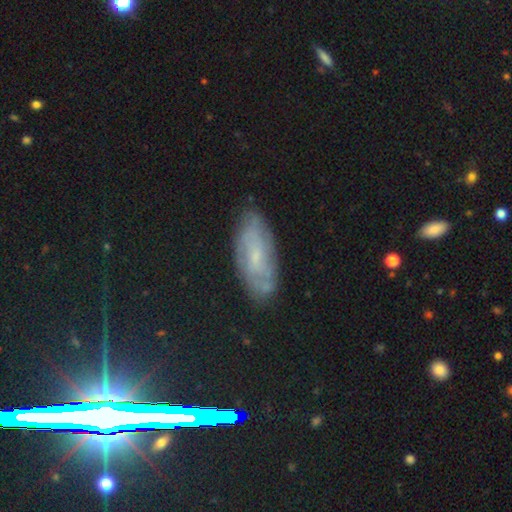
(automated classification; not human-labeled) Smooth or featured?
  - featured or disk: 53% *
  - smooth: 33%
  - star or artifact: 14%
Edge-on disk?
  - no: 85% *
  - yes: 15%
Merging?
  - none: 77% *
  - minor disturbance: 17%
  - major disturbance: 4%
  - merger: 2%